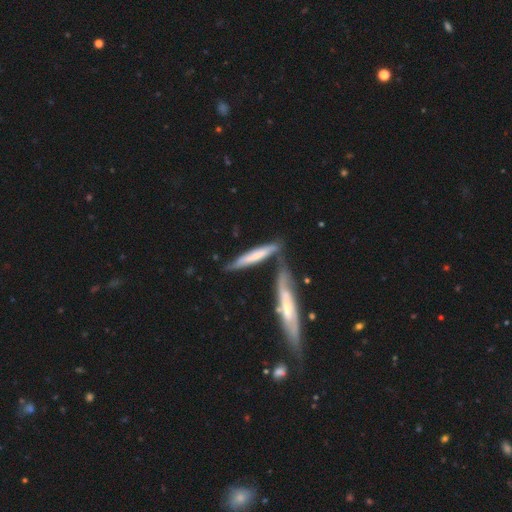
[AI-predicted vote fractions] Smooth or featured: smooth — 51% (featured or disk — 44%)
How rounded: cigar-shaped — 88% (in between — 10%)
Merging: none — 46% (merger — 35%)